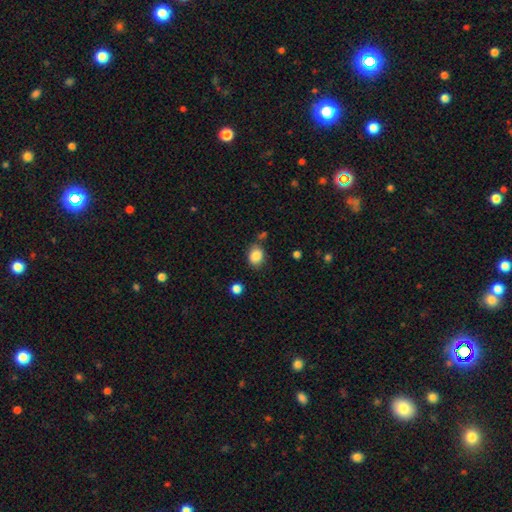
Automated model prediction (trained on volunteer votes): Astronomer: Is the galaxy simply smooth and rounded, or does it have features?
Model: smooth — 86%.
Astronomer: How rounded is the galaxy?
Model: in between — 56% (runner-up: round, 43%).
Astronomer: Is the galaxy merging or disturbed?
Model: none — 73%.